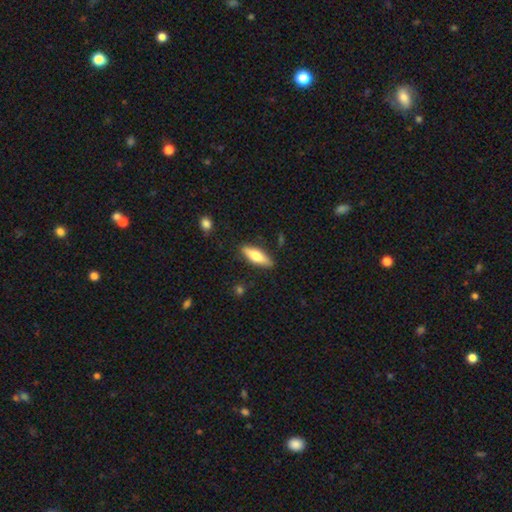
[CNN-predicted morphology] Smooth or featured: smooth — 64% (featured or disk — 30%)
How rounded: in between — 50% (cigar-shaped — 48%)
Merging: none — 85% (minor disturbance — 11%)